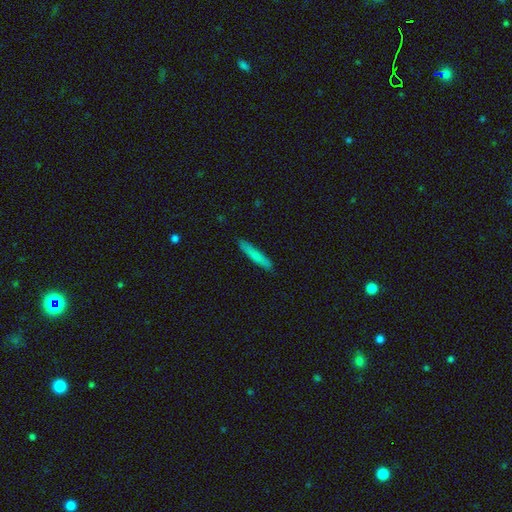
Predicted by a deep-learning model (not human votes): A smooth galaxy with no disk features (78%) that is cigar-shaped (93%). Merging: none (89%).